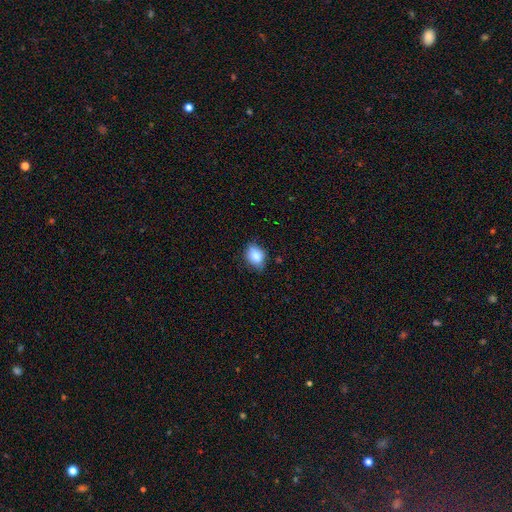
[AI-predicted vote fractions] smooth 85%, star or artifact 8%, featured or disk 7%. Down the decision tree: how rounded — in between (66%); merging — none (73%).